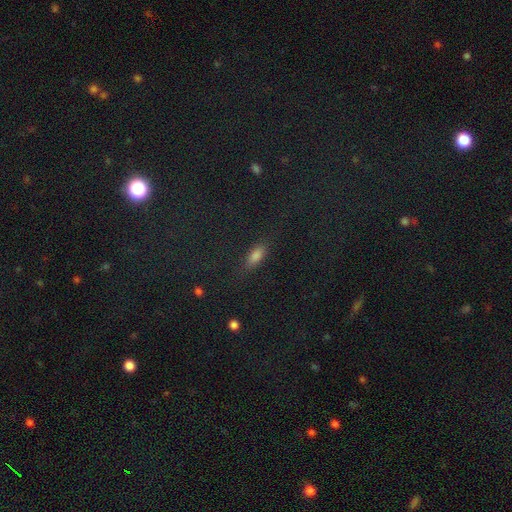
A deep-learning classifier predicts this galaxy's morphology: Overall: smooth (65%). How rounded: in between (65%; cigar-shaped 28%). Merging: none (81%).